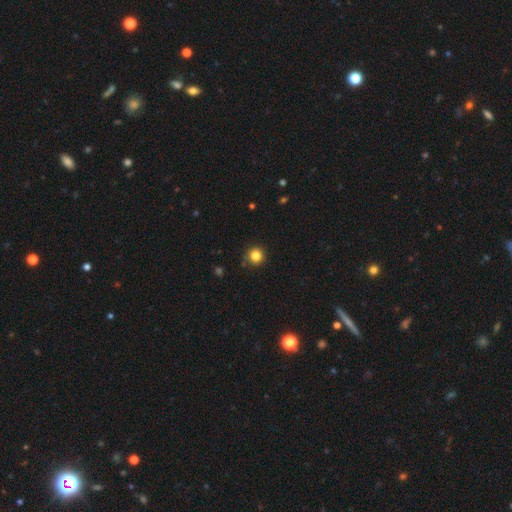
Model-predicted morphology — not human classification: Smooth or featured: smooth — 83% (star or artifact — 13%)
How rounded: round — 94% (in between — 5%)
Merging: none — 87% (minor disturbance — 8%)